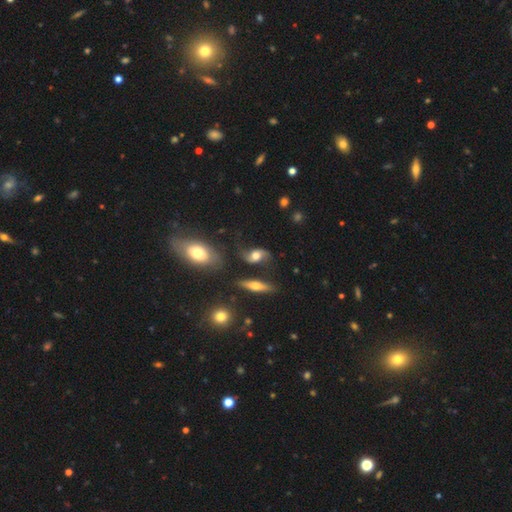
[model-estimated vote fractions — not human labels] Smooth or featured? featured or disk (65%)
Edge-on disk? no (91%)
Bar? no (61%)
Spiral arms? yes (90%)
Spiral winding? loose (72%)
Spiral arm count? 2 (92%)
Bulge size? moderate (49%)
Merging? none (61%)